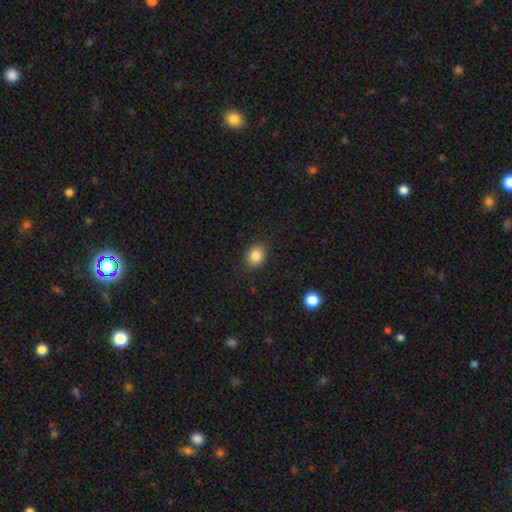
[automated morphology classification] Smooth or featured?
  - smooth: 86% *
  - star or artifact: 9%
  - featured or disk: 5%
How rounded?
  - in between: 53% *
  - round: 46%
  - cigar-shaped: 1%
Merging?
  - none: 87% *
  - minor disturbance: 9%
  - major disturbance: 3%
  - merger: 1%